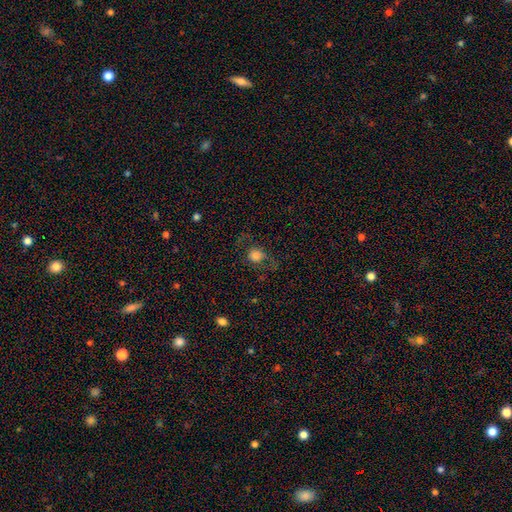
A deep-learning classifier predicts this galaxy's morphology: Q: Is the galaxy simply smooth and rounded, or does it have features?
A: smooth — 65%.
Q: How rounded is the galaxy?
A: round — 76%.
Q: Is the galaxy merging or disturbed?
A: none — 63%.